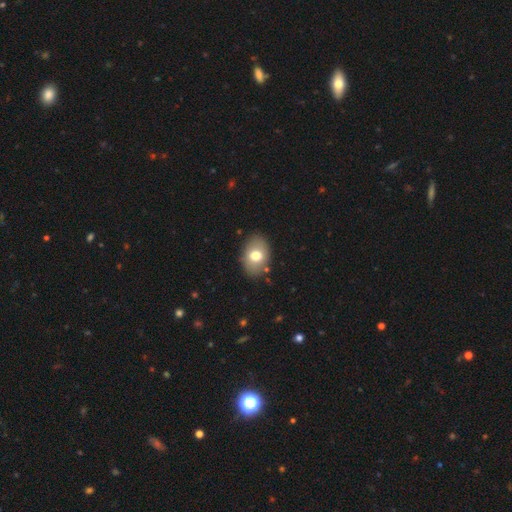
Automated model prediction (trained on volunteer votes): Overall: smooth (73%). How rounded: in between (78%). Merging: none (85%).